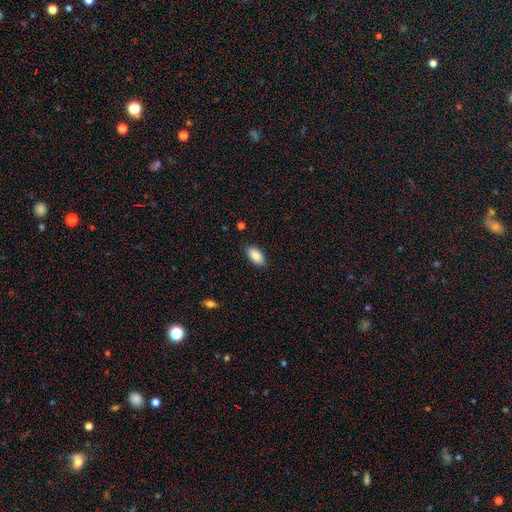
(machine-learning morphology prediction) Smooth or featured? Predicted: smooth (p=0.89). How rounded? Predicted: in between (p=0.94). Merging? Predicted: none (p=0.87).